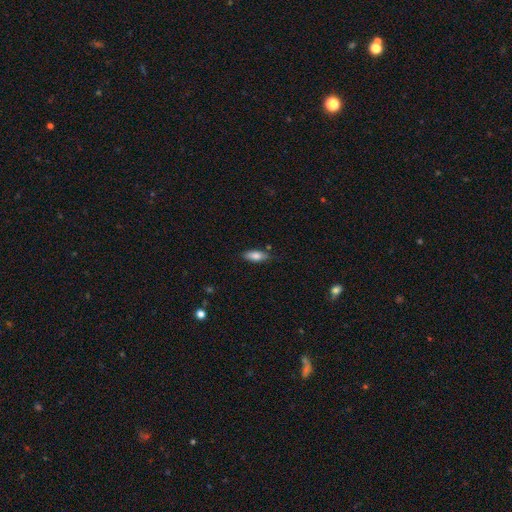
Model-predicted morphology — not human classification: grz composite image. It shows a smooth galaxy with no disk features (79%) that is in between round and cigar-shaped (76%). Merging: none (76%).